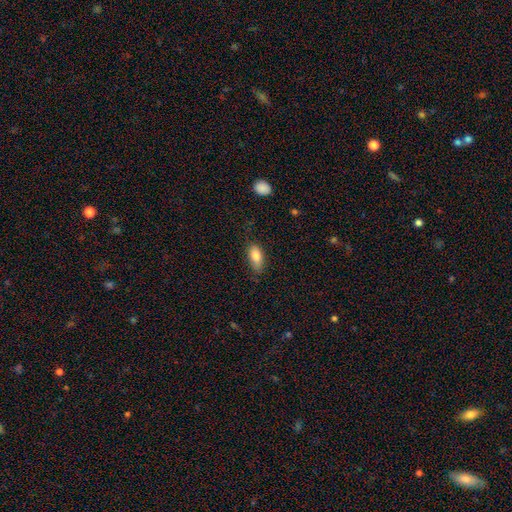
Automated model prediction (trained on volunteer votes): smooth 83%, featured or disk 9%, star or artifact 7%. Down the decision tree: how rounded — in between (86%); merging — none (69%).